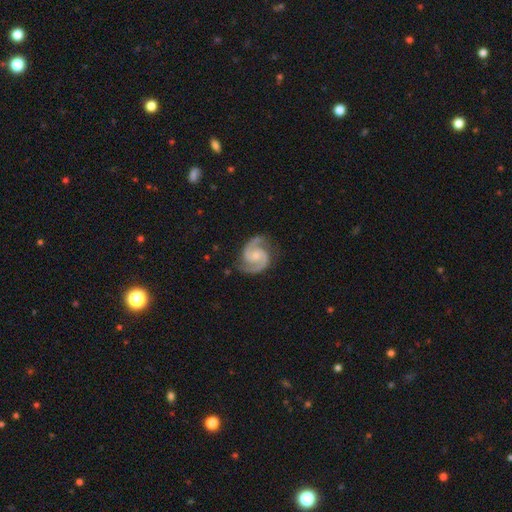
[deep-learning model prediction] This appears to be a featured or disk galaxy (93%) with no bar (61%), 2 (94%) medium (58%) spiral arms (99%) and a small central bulge (57%). Merging: none (82%).